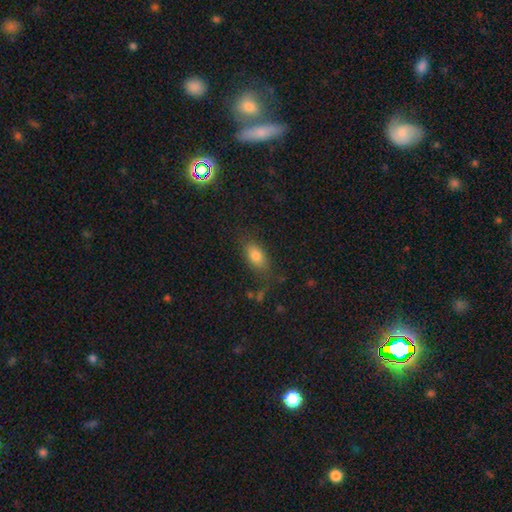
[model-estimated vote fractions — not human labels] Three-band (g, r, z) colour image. It shows a smooth galaxy with no disk features (78%) that is in between round and cigar-shaped (85%). Merging: none (76%).